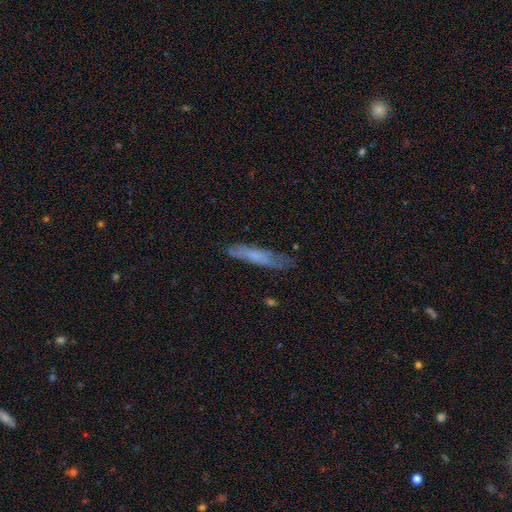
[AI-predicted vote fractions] The model was most divided on "smooth or featured": smooth: 56%, featured or disk: 37%, star or artifact: 8%. More confident: how rounded — cigar-shaped (87%); merging — none (71%).